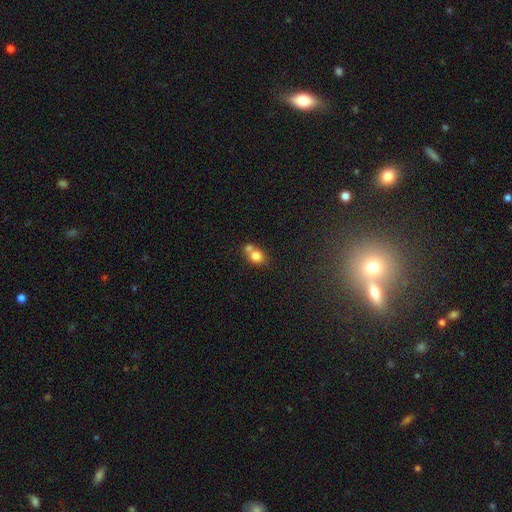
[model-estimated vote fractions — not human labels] The model was most divided on "merging": merger: 51%, none: 35%, minor disturbance: 9%, major disturbance: 4%. More confident: smooth or featured — smooth (78%); how rounded — round (61%).